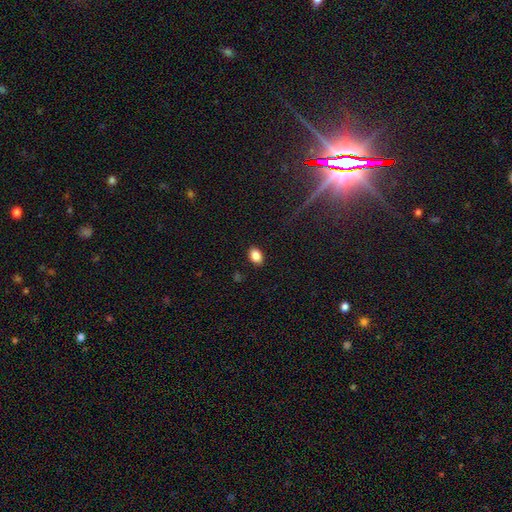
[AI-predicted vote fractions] Smooth or featured? smooth (86%)
How rounded? in between (81%)
Merging? none (88%)